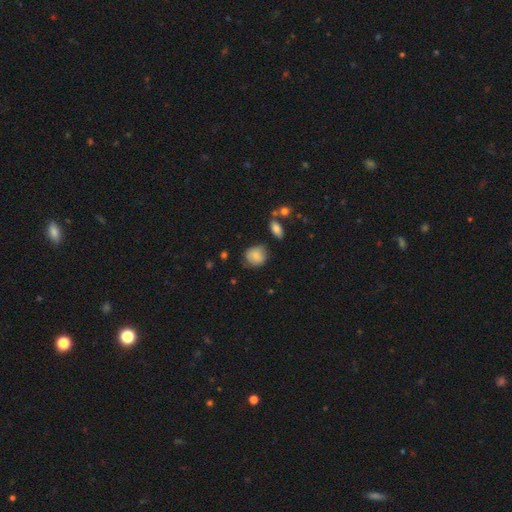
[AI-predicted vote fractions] Smooth or featured?
  - smooth: 80% *
  - featured or disk: 12%
  - star or artifact: 8%
How rounded?
  - round: 79% *
  - in between: 20%
  - cigar-shaped: 1%
Merging?
  - none: 70% *
  - minor disturbance: 22%
  - major disturbance: 5%
  - merger: 3%